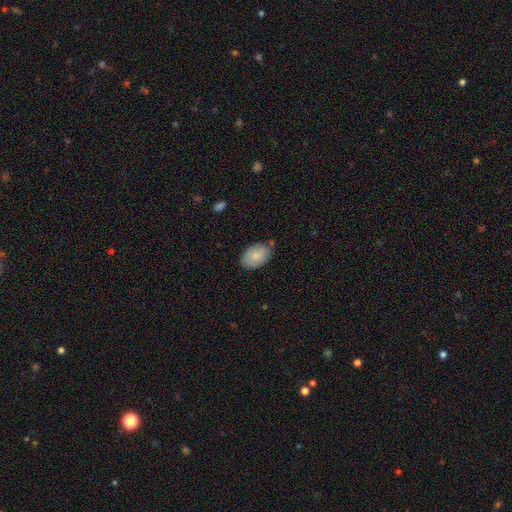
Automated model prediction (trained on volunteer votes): Q: Smooth or featured?
A: smooth (83%); runner-up: featured or disk (11%)
Q: How rounded?
A: in between (89%); runner-up: round (10%)
Q: Merging?
A: none (76%); runner-up: minor disturbance (18%)